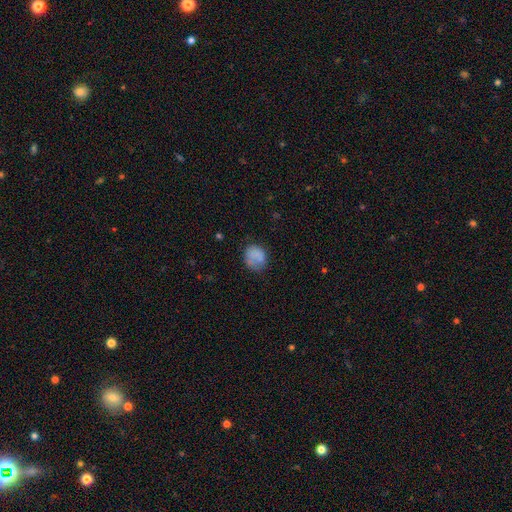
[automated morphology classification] Overall: smooth (78%). How rounded: round (69%; in between 30%). Merging: none (61%; minor disturbance 24%).